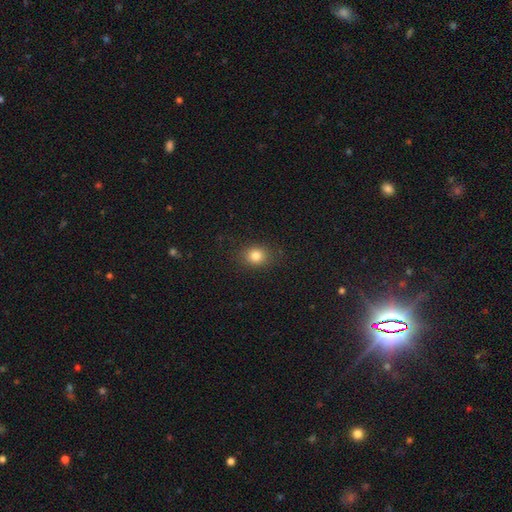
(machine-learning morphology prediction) smooth_or_featured: smooth (p=0.82) [alt: star or artifact p=0.12]
how_rounded: round (p=0.64) [alt: in between p=0.35]
merging: none (p=0.85) [alt: minor disturbance p=0.10]